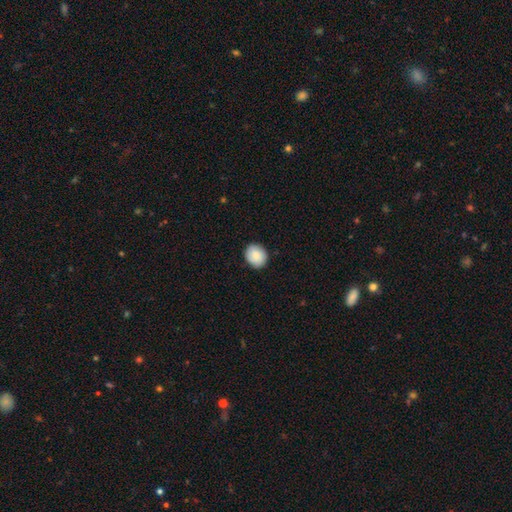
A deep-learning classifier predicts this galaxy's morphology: A smooth galaxy with no disk features (84%) that is round (69%). Merging: none (86%).